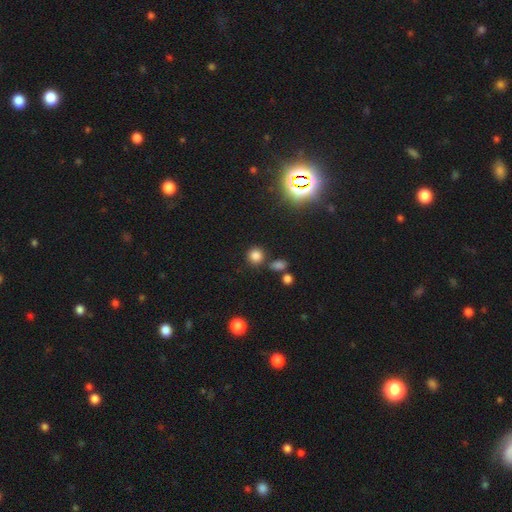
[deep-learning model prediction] smooth_or_featured: smooth (p=0.78) [alt: star or artifact p=0.16]
how_rounded: round (p=0.89) [alt: in between p=0.10]
merging: none (p=0.79) [alt: minor disturbance p=0.09]